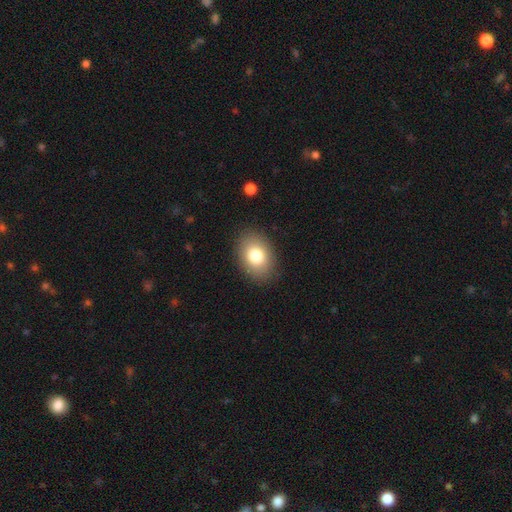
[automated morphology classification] This appears to be a smooth galaxy with no disk features (80%) that is in between round and cigar-shaped (73%). Merging: none (87%).